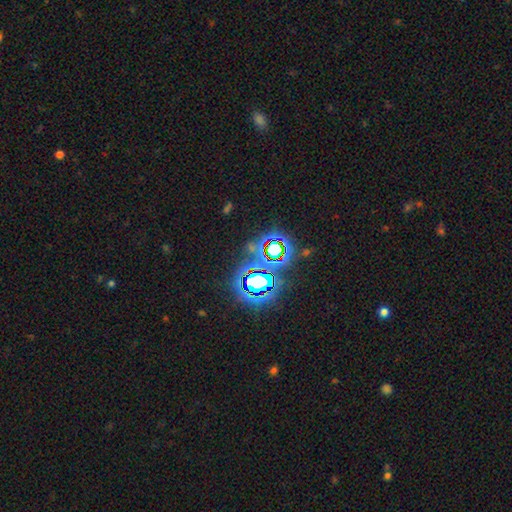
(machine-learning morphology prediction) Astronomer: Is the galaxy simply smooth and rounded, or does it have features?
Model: star or artifact — 80%.